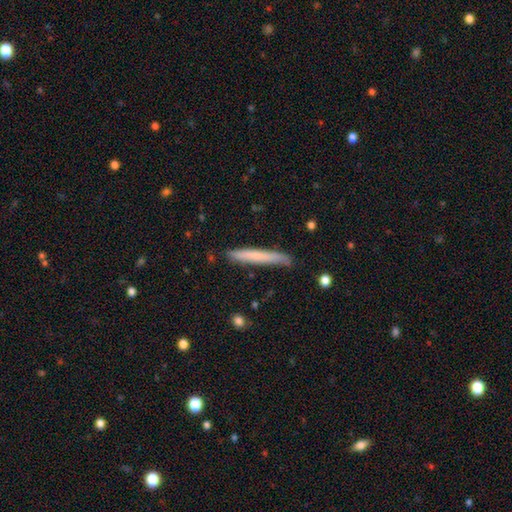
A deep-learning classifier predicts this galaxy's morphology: Smooth or featured?
  - smooth: 66% *
  - featured or disk: 28%
  - star or artifact: 6%
How rounded?
  - cigar-shaped: 96% *
  - in between: 3%
  - round: 1%
Merging?
  - none: 84% *
  - minor disturbance: 12%
  - major disturbance: 2%
  - merger: 2%